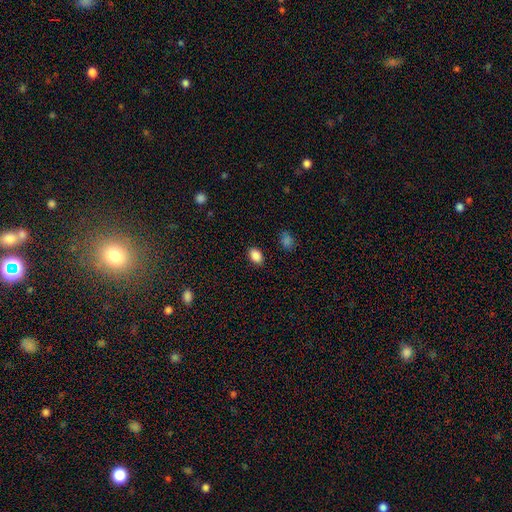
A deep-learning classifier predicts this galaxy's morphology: smooth-or-featured: smooth: 87% | star or artifact: 9% | featured or disk: 4%
  how-rounded: in between: 82% | round: 17% | cigar-shaped: 1%
  merging: none: 87% | minor disturbance: 9% | major disturbance: 2% | merger: 1%